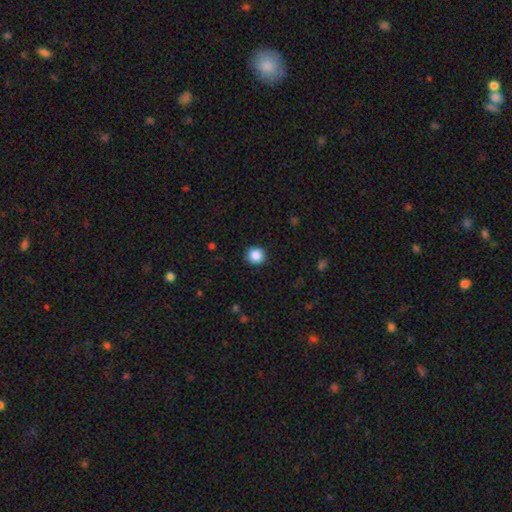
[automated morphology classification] Smooth or featured: smooth — 87% (star or artifact — 9%)
How rounded: round — 93% (in between — 6%)
Merging: none — 92% (minor disturbance — 5%)